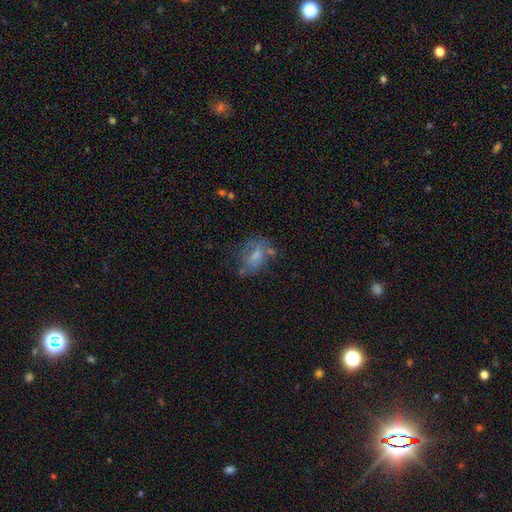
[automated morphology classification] This appears to be a featured or disk galaxy (45%). Merging: none (40%).